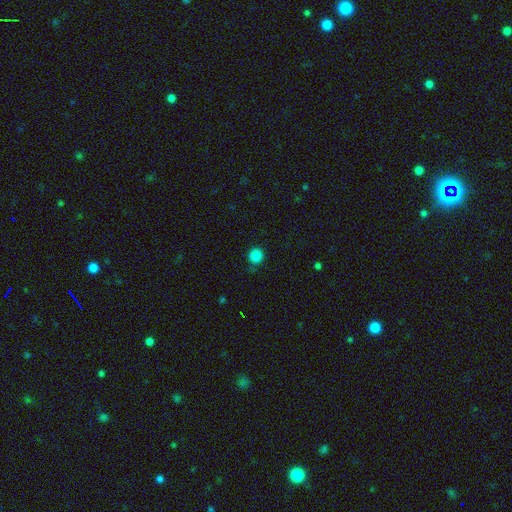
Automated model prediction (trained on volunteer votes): Morphology: type=smooth (85%); roundness=round (92%); merging=none (84%).